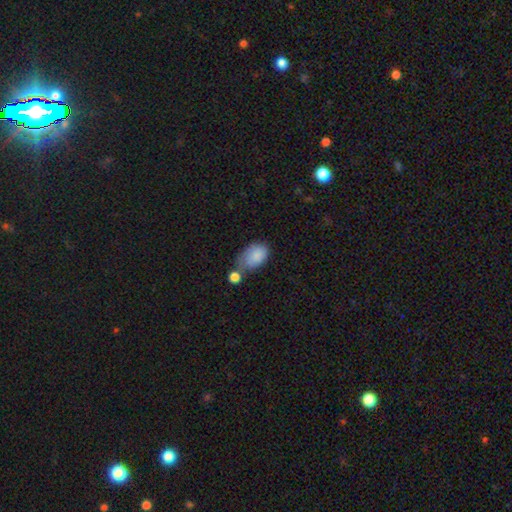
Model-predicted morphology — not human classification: The model was most divided on "merging": none: 38%, minor disturbance: 27%, merger: 23%, major disturbance: 12%. More confident: how rounded — in between (88%); smooth or featured — smooth (84%).